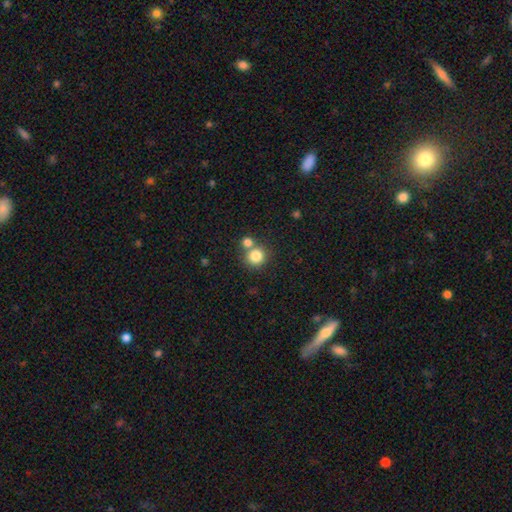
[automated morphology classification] This is clearly a smooth galaxy (82%). How rounded: clearly round (90%). Merging: likely none (60%).